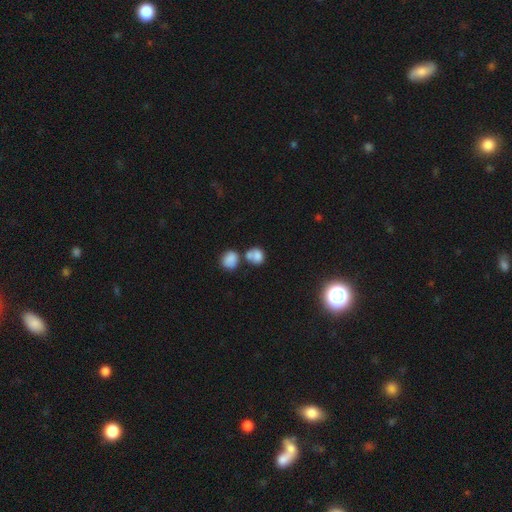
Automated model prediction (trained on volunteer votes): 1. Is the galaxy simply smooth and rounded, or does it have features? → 79% smooth, 11% featured or disk, 10% star or artifact.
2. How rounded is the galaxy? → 59% round, 40% in between, 1% cigar-shaped.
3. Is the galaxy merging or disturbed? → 54% merger, 31% none, 10% minor disturbance, 5% major disturbance.